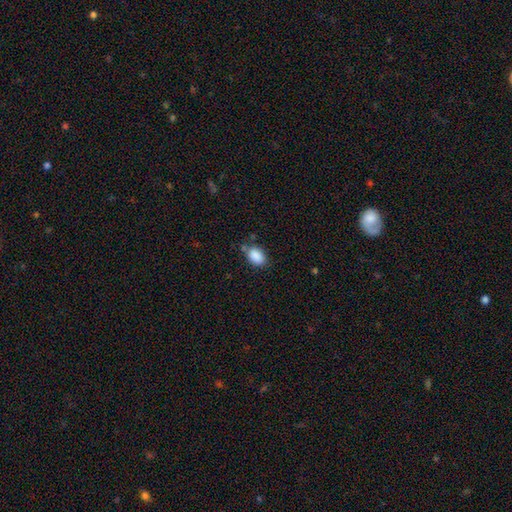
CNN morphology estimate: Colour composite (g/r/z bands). It shows a smooth galaxy with no disk features (88%) that is in between round and cigar-shaped (85%). Merging: none (70%).